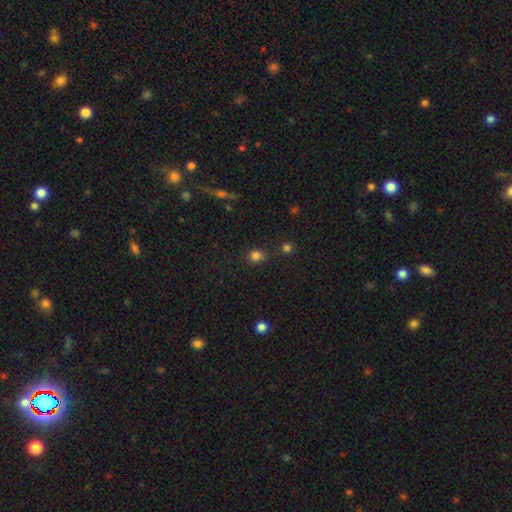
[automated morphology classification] Smooth or featured? Predicted: smooth (p=0.78). How rounded? Predicted: round (p=0.75). Merging? Predicted: none (p=0.72).